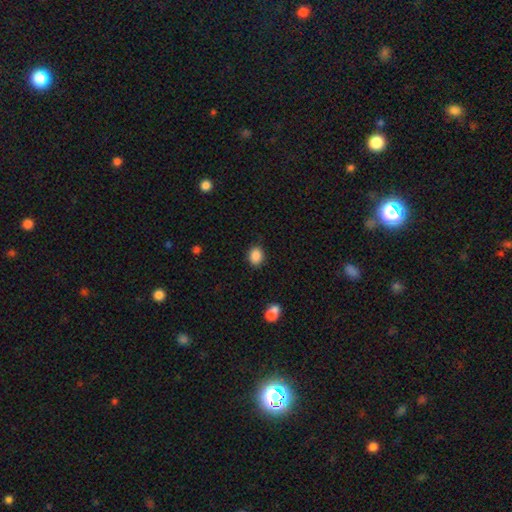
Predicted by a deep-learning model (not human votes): A smooth galaxy with no disk features (87%) that is round (53%). Merging: none (85%).